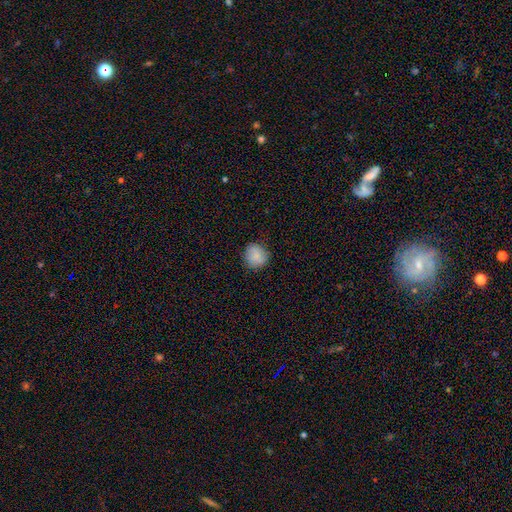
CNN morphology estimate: smooth_or_featured: smooth (p=0.85) [alt: star or artifact p=0.08]
how_rounded: round (p=0.87) [alt: in between p=0.12]
merging: none (p=0.84) [alt: minor disturbance p=0.12]